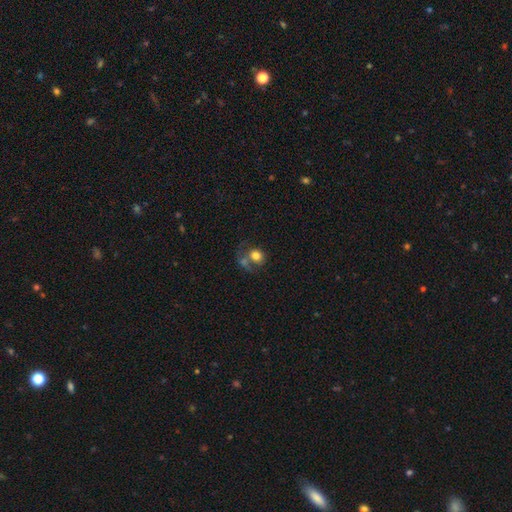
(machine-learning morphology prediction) Q: Smooth or featured?
A: smooth (73%); runner-up: featured or disk (17%)
Q: How rounded?
A: round (63%); runner-up: in between (36%)
Q: Merging?
A: merger (41%); runner-up: none (31%)